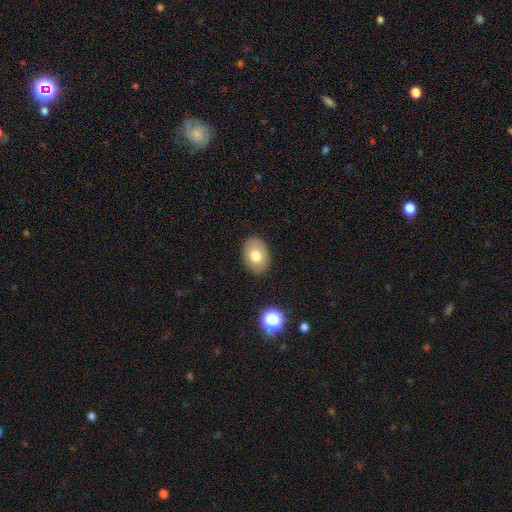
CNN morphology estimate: This appears to be a smooth galaxy with no disk features (73%) that is in between round and cigar-shaped (79%). Merging: none (86%).